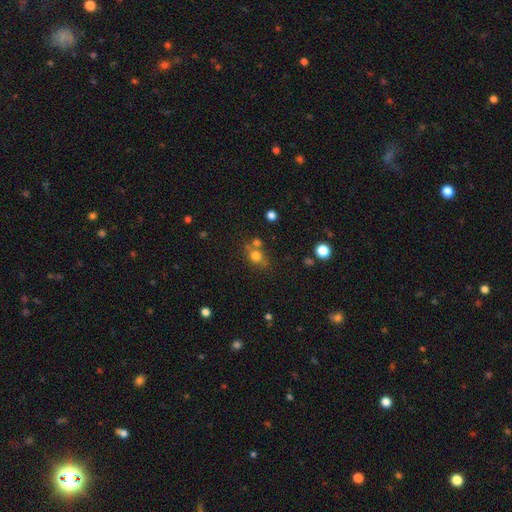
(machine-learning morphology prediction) Overall: smooth (73%). How rounded: round (69%; in between 30%). Merging: none (55%; merger 25%).